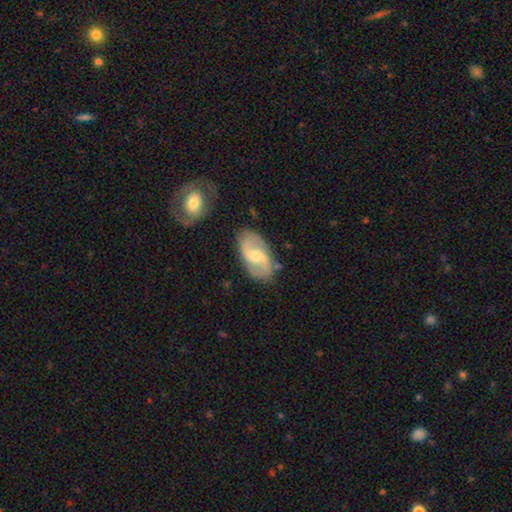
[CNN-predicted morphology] type=featured or disk (75%); edge-on=no (96%); bar=weak (50%); spiral arms=yes (90%); winding=medium (43%); arm count=2 (89%); bulge=moderate (55%); merging=none (81%).